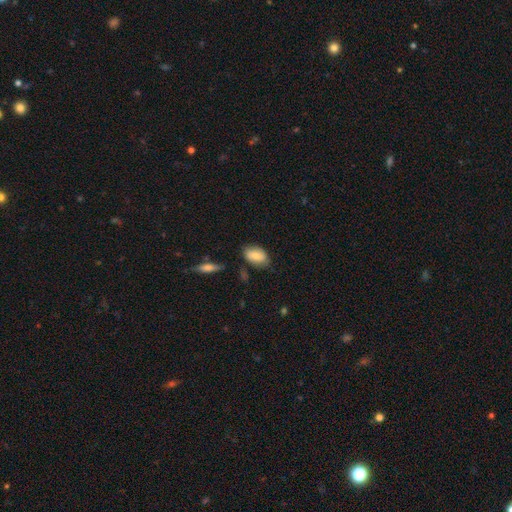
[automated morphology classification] Smooth or featured? smooth (79%)
How rounded? in between (91%)
Merging? none (70%)